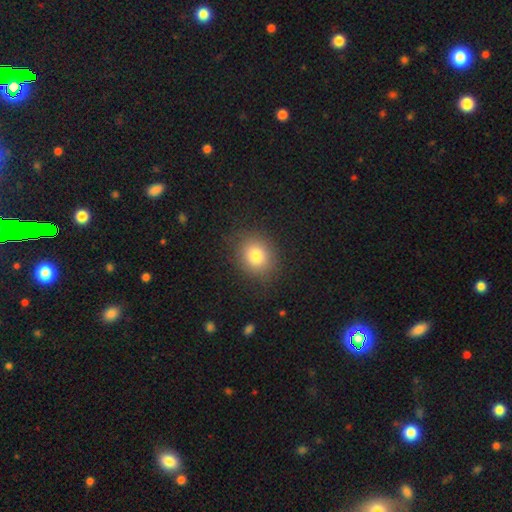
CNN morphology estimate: Smooth or featured: smooth — 80% (star or artifact — 12%)
How rounded: round — 70% (in between — 29%)
Merging: none — 84% (minor disturbance — 11%)